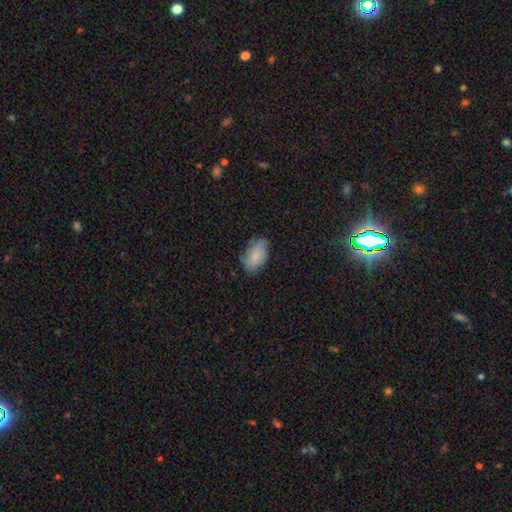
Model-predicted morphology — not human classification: smooth-or-featured: smooth: 77% | featured or disk: 15% | star or artifact: 7%
  how-rounded: in between: 93% | round: 5% | cigar-shaped: 2%
  merging: none: 68% | minor disturbance: 26% | major disturbance: 5% | merger: 1%